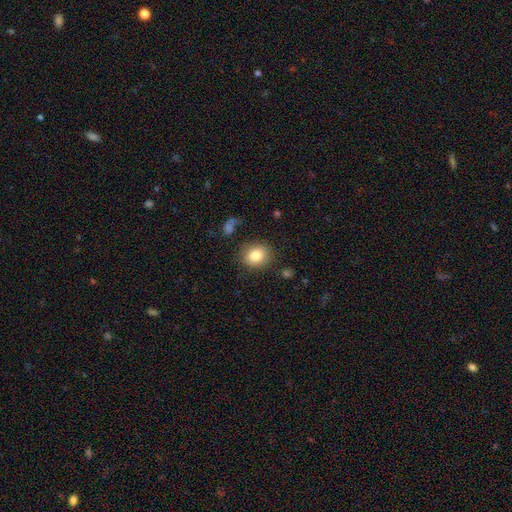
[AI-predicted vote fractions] A smooth galaxy with no disk features (82%) that is round (66%). Merging: none (84%).